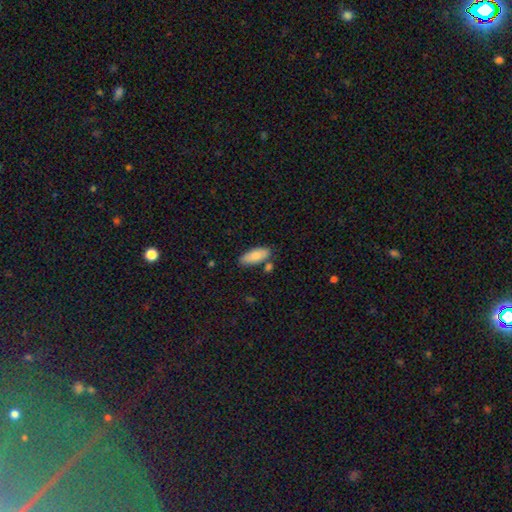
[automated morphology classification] Smooth or featured: smooth — 82% (featured or disk — 12%)
How rounded: in between — 83% (cigar-shaped — 15%)
Merging: none — 76% (minor disturbance — 13%)